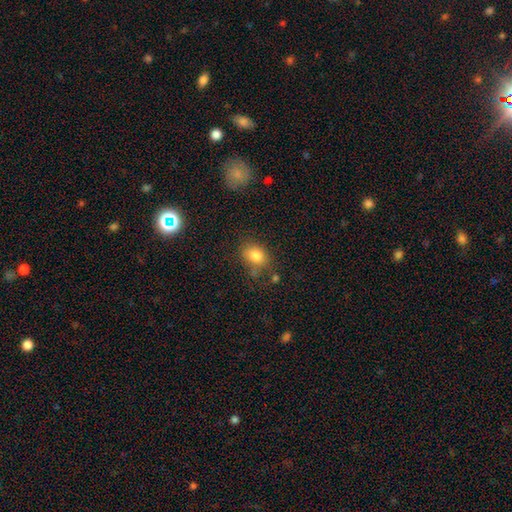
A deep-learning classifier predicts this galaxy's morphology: The model was most divided on "how rounded": in between: 59%, round: 40%, cigar-shaped: 1%. More confident: smooth or featured — smooth (81%); merging — none (65%).